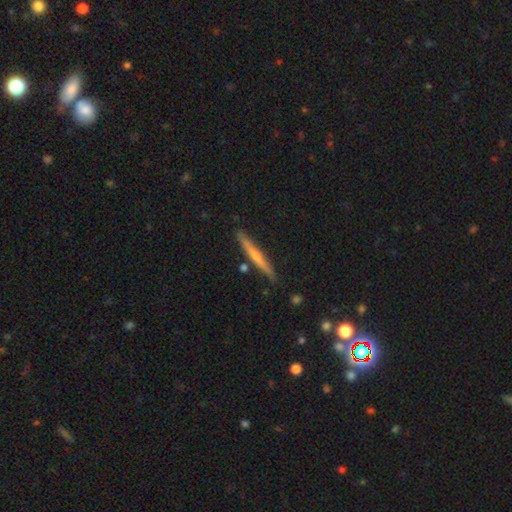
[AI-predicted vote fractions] Smooth or featured? featured or disk (58%)
Edge-on disk? yes (96%)
Edge-on bulge? rounded (55%)
Merging? none (87%)